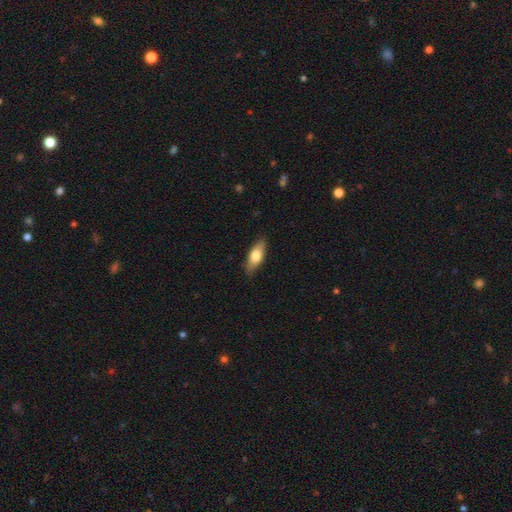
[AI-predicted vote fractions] Q: Smooth or featured?
A: smooth (71%); runner-up: featured or disk (24%)
Q: How rounded?
A: in between (71%); runner-up: cigar-shaped (26%)
Q: Merging?
A: none (85%); runner-up: minor disturbance (11%)